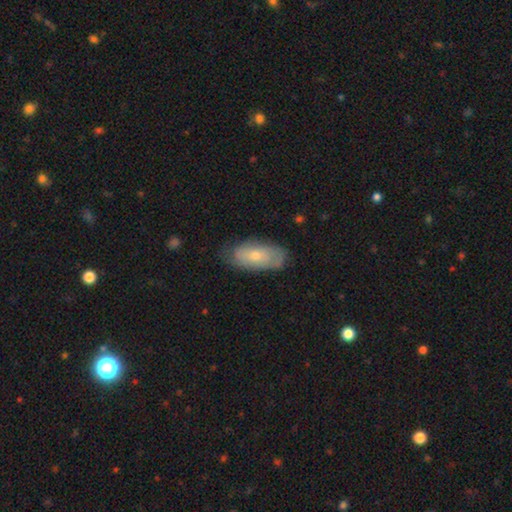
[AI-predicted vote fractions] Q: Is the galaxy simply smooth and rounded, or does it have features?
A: smooth — 58%.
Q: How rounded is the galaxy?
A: in between — 89%.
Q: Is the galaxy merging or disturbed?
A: none — 69%.